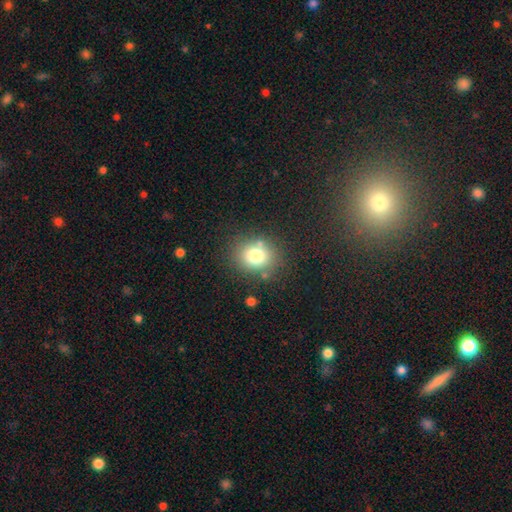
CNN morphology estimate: The model was most divided on "how rounded": round: 67%, in between: 32%, cigar-shaped: 1%. More confident: merging — none (77%); smooth or featured — smooth (76%).